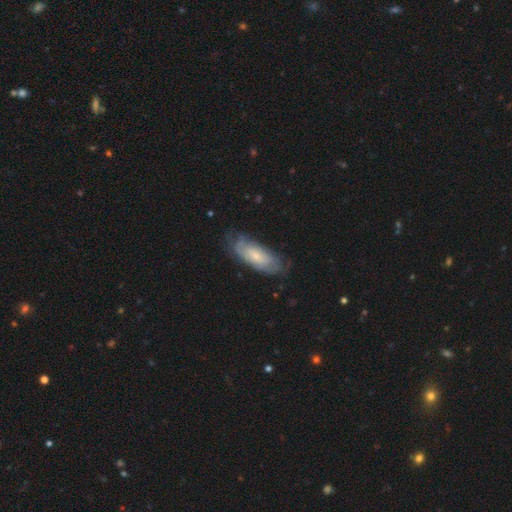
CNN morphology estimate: Smooth or featured: featured or disk — 51% (smooth — 43%)
Edge-on disk: no — 84% (yes — 16%)
Merging: none — 67% (minor disturbance — 24%)